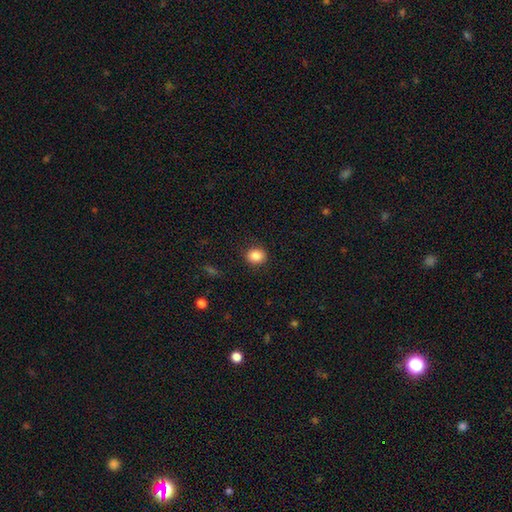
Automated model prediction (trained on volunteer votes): Morphology: type=smooth (85%); roundness=round (74%); merging=none (89%).